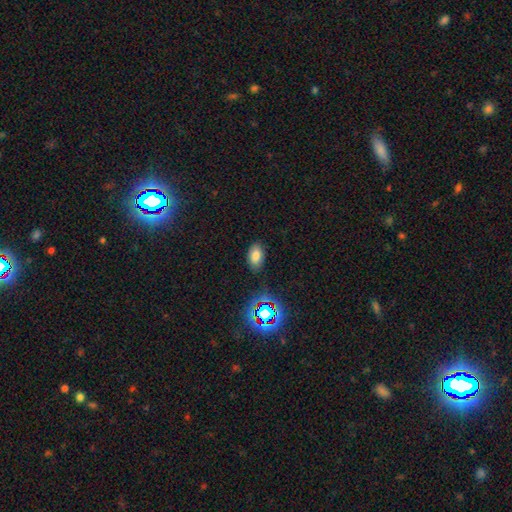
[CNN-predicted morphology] type=smooth (75%); roundness=in between (91%); merging=none (84%).